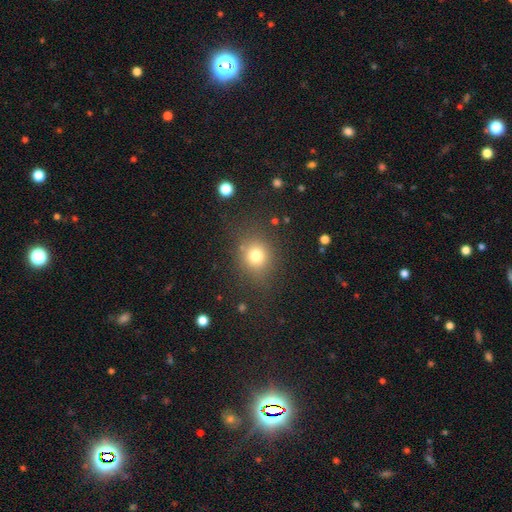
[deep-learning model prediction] smooth 77%, star or artifact 14%, featured or disk 9%. Down the decision tree: how rounded — round (75%); merging — none (78%).